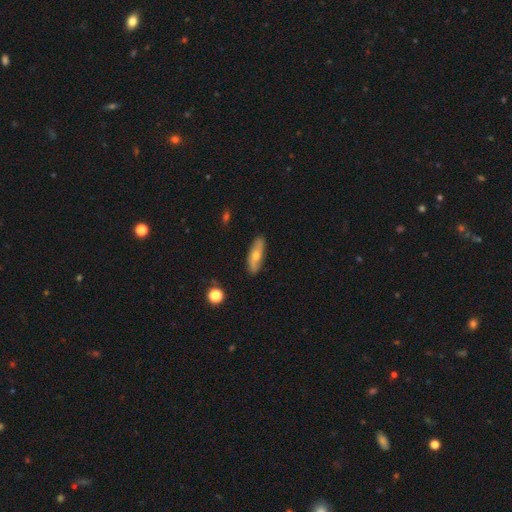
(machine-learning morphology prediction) A smooth galaxy with no disk features (52%) that is cigar-shaped (51%). Merging: none (86%).